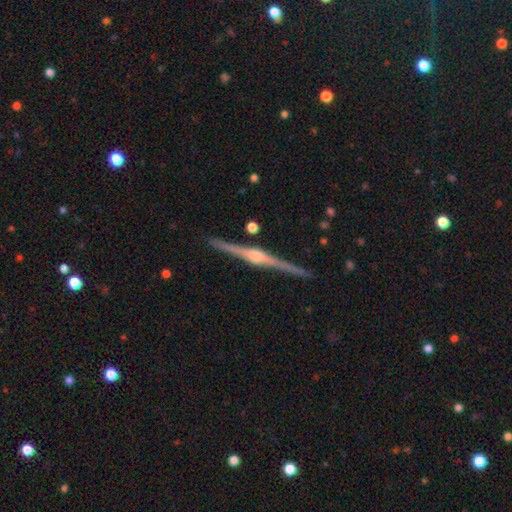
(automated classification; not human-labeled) Smooth or featured? featured or disk (89%)
Edge-on disk? yes (99%)
Edge-on bulge? rounded (88%)
Merging? none (92%)